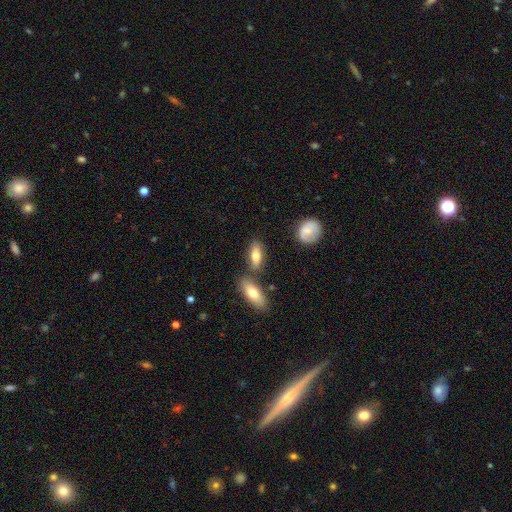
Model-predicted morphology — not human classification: Smooth or featured: smooth — 72% (featured or disk — 21%)
How rounded: in between — 77% (cigar-shaped — 20%)
Merging: none — 69% (minor disturbance — 14%)